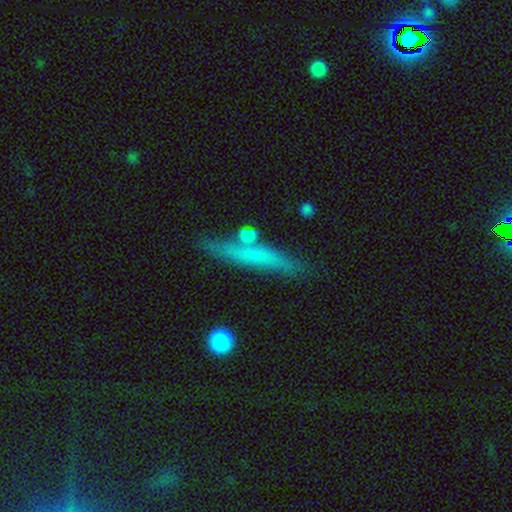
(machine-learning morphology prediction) Q: Smooth or featured?
A: smooth (55%); runner-up: featured or disk (37%)
Q: How rounded?
A: cigar-shaped (90%); runner-up: in between (7%)
Q: Merging?
A: none (71%); runner-up: minor disturbance (16%)